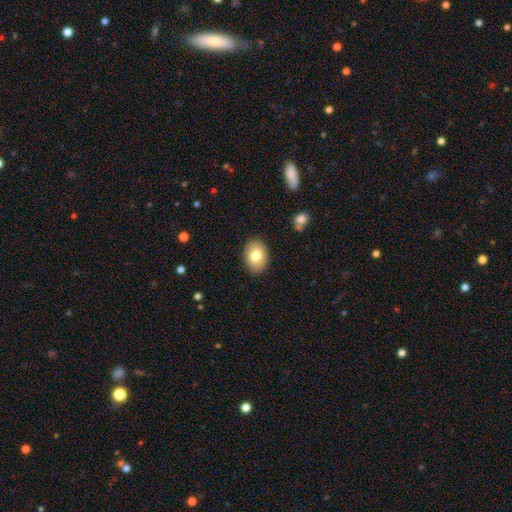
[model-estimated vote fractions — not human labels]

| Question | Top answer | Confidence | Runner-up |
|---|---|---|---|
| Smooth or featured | smooth | 79% | featured or disk (14%) |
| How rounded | in between | 78% | round (21%) |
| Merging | none | 88% | minor disturbance (8%) |